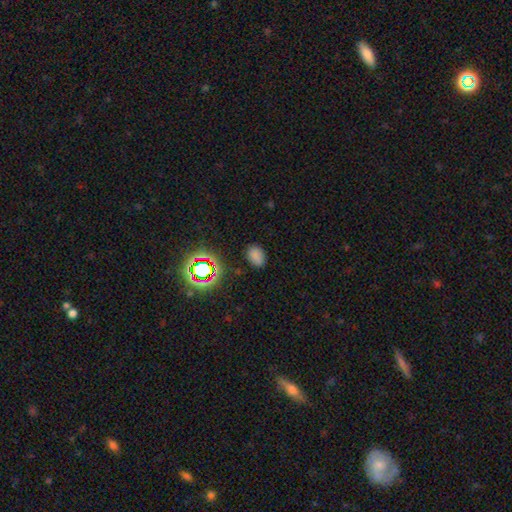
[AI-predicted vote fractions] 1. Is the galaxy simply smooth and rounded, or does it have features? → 72% smooth, 22% star or artifact, 6% featured or disk.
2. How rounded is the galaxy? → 79% in between, 19% round, 1% cigar-shaped.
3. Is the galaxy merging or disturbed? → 81% none, 13% minor disturbance, 4% major disturbance, 2% merger.